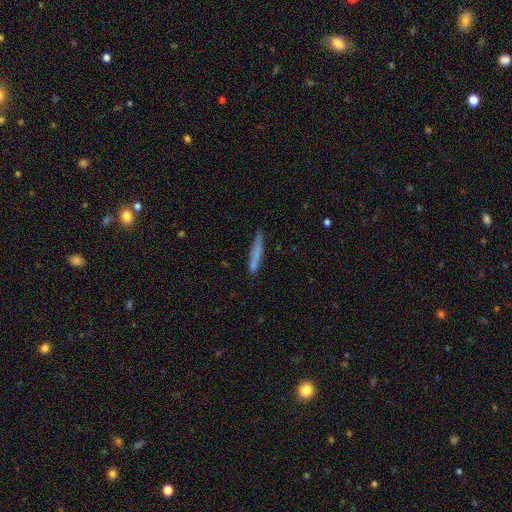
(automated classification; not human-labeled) A smooth galaxy with no disk features (66%) that is cigar-shaped (95%).

Vote fractions:
- Smooth or featured? smooth: 66% / featured or disk: 26% / star or artifact: 8%
- How rounded? cigar-shaped: 95% / in between: 4% / round: 1%
- Merging? none: 79% / minor disturbance: 14% / merger: 4% / major disturbance: 3%